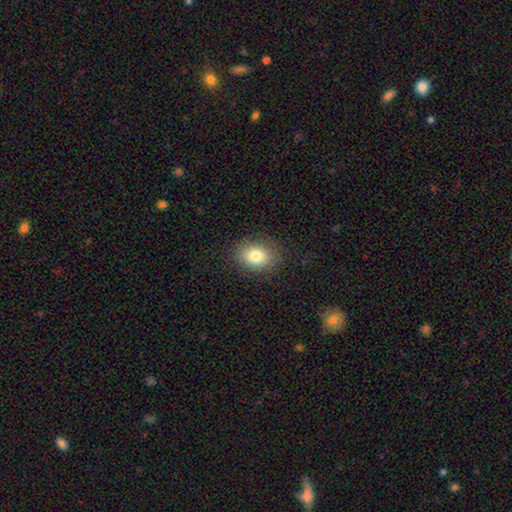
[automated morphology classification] Overall: smooth (81%). How rounded: in between (66%; round 33%). Merging: none (86%).